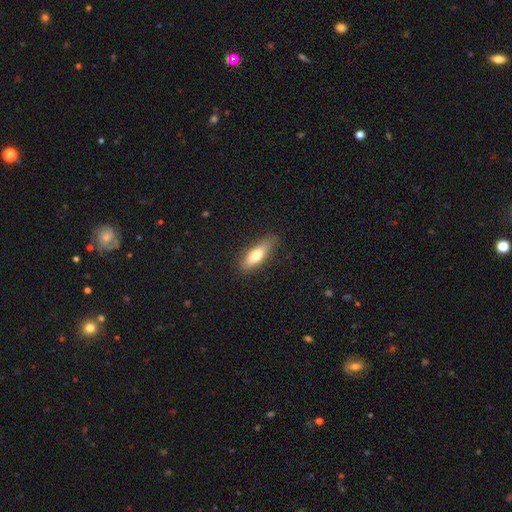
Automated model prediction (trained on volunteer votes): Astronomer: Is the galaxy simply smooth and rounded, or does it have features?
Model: smooth — 71%.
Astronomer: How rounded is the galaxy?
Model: in between — 52% (runner-up: cigar-shaped, 46%).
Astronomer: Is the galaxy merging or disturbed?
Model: none — 77%.